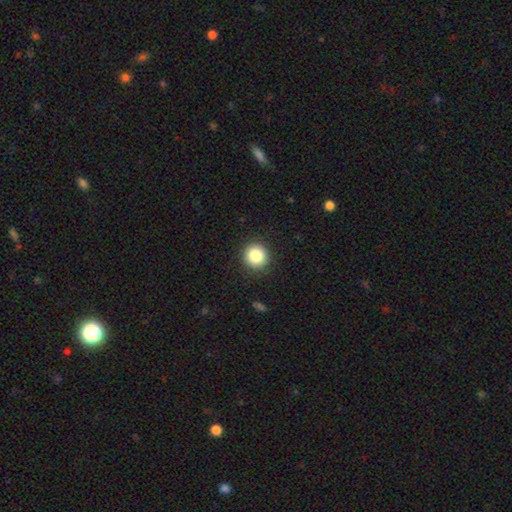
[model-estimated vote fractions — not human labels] Smooth or featured?
  - smooth: 87% *
  - star or artifact: 9%
  - featured or disk: 4%
How rounded?
  - round: 93% *
  - in between: 6%
  - cigar-shaped: 1%
Merging?
  - none: 91% *
  - minor disturbance: 6%
  - major disturbance: 2%
  - merger: 1%